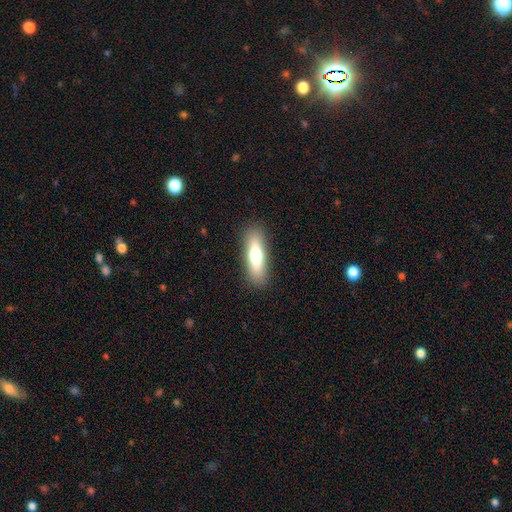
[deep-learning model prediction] Smooth or featured?
  - smooth: 63% *
  - featured or disk: 29%
  - star or artifact: 7%
How rounded?
  - cigar-shaped: 60% *
  - in between: 38%
  - round: 2%
Merging?
  - none: 89% *
  - minor disturbance: 8%
  - major disturbance: 2%
  - merger: 1%